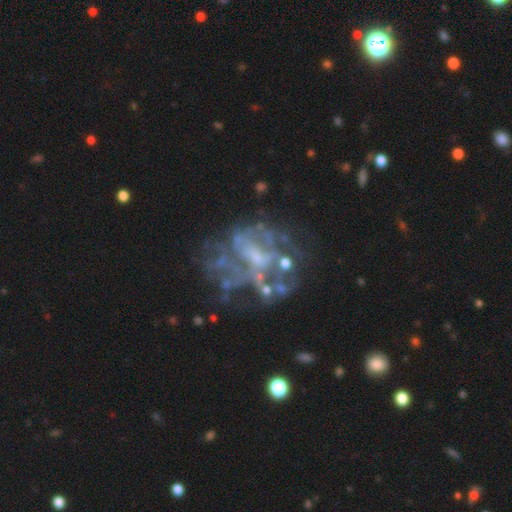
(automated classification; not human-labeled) featured or disk 76%, star or artifact 13%, smooth 11%. Down the decision tree: edge-on disk — no (98%); bar — no (73%); spiral arms — no (71%); bulge size — none (37%); merging — none (45%).